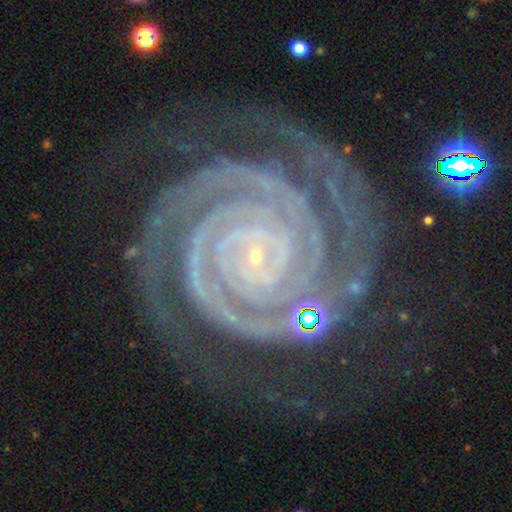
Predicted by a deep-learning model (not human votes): A featured or disk galaxy (94%) with no bar (62%), 2 (65%) tight (91%) spiral arms (99%) and a small central bulge (89%). Merging: none (76%).